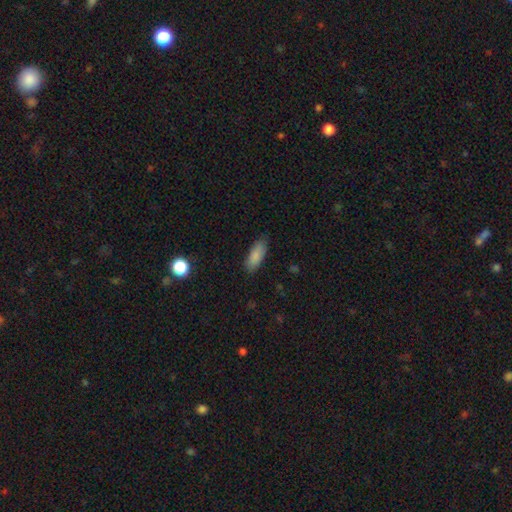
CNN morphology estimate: A smooth galaxy with no disk features (87%) that is in between round and cigar-shaped (76%).

Vote fractions:
- Smooth or featured? smooth: 87% / star or artifact: 7% / featured or disk: 7%
- How rounded? in between: 76% / cigar-shaped: 22% / round: 2%
- Merging? none: 82% / minor disturbance: 14% / major disturbance: 3% / merger: 1%